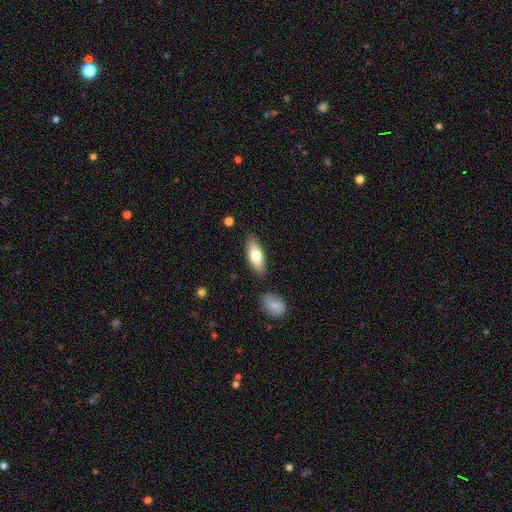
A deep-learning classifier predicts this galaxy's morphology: type=smooth (73%); roundness=in between (69%); merging=none (84%).